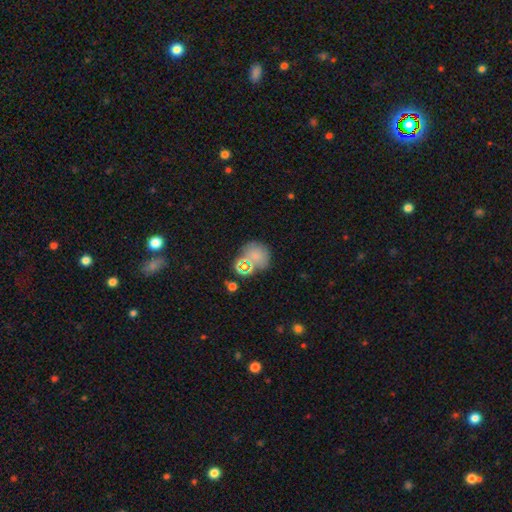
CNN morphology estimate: This is likely a smooth galaxy (70%). How rounded: likely round (79%). Merging: likely none (66%).